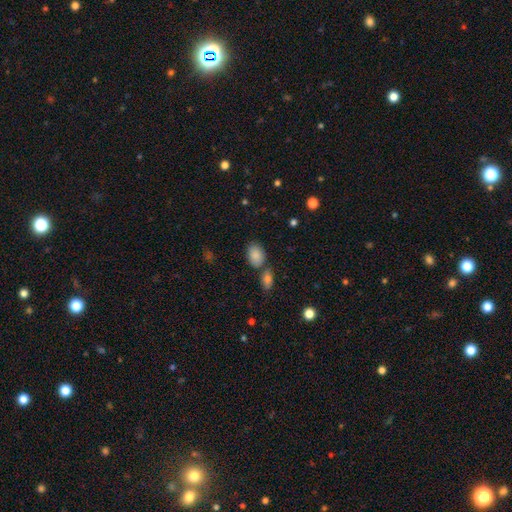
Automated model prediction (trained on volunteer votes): A smooth galaxy with no disk features (87%) that is in between round and cigar-shaped (83%). Merging: none (65%).